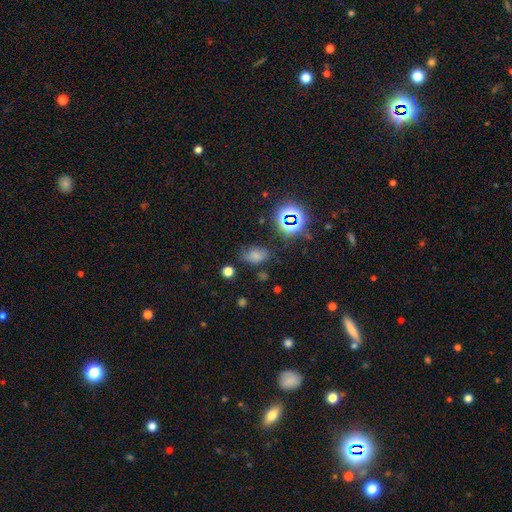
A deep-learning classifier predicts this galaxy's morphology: The model was most divided on "merging": none: 62%, minor disturbance: 26%, major disturbance: 9%, merger: 3%. More confident: how rounded — in between (82%); smooth or featured — smooth (65%).